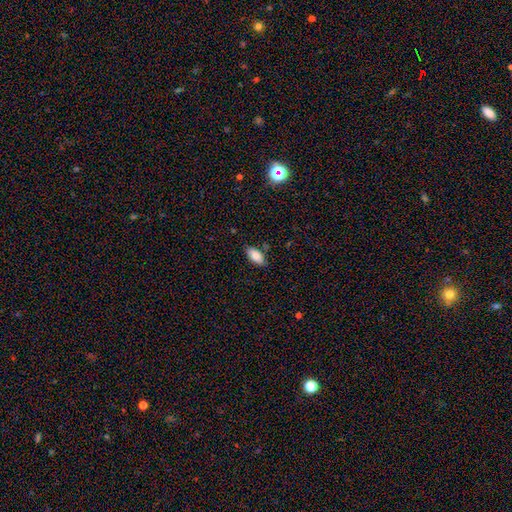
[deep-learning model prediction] Q: Smooth or featured?
A: smooth (86%); runner-up: star or artifact (7%)
Q: How rounded?
A: in between (92%); runner-up: cigar-shaped (6%)
Q: Merging?
A: none (83%); runner-up: minor disturbance (12%)